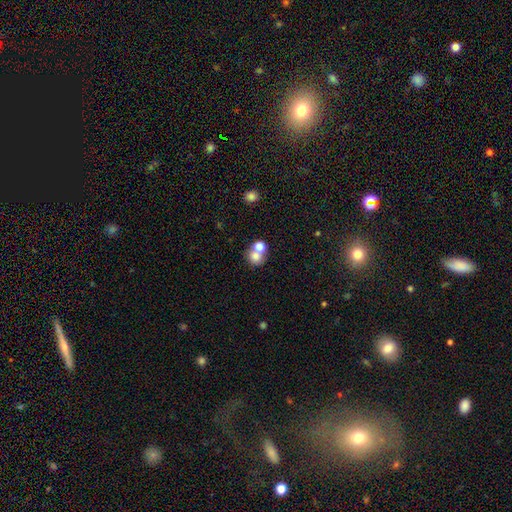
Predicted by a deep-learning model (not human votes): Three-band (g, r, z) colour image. It shows a smooth galaxy with no disk features (74%) that is round (78%). Merging: merger (48%).